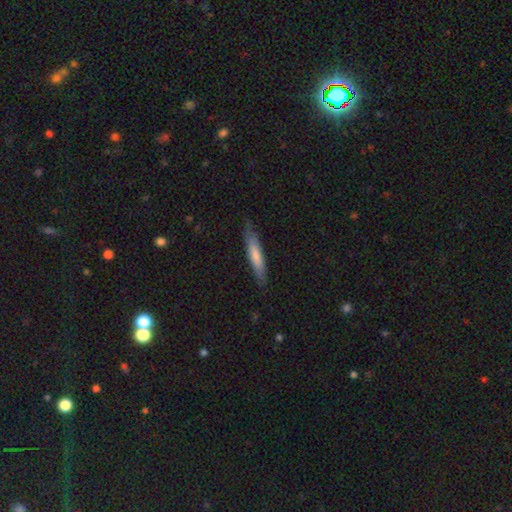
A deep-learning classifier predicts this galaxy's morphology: Smooth or featured: smooth — 69% (featured or disk — 25%)
How rounded: cigar-shaped — 87% (in between — 12%)
Merging: none — 81% (minor disturbance — 15%)